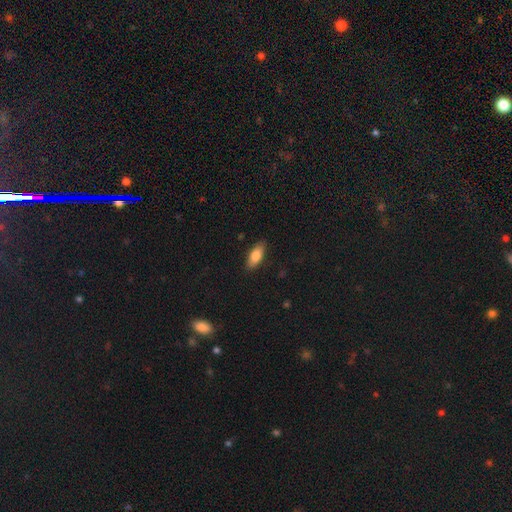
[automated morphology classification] Smooth or featured? smooth (80%)
How rounded? in between (80%)
Merging? none (87%)